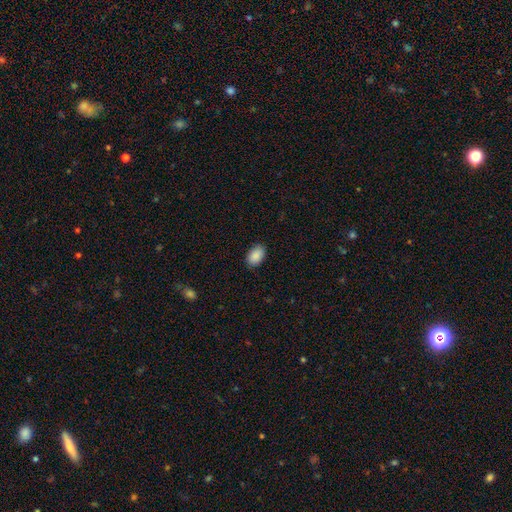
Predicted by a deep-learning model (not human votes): Overall: smooth (90%). How rounded: in between (86%). Merging: none (87%).